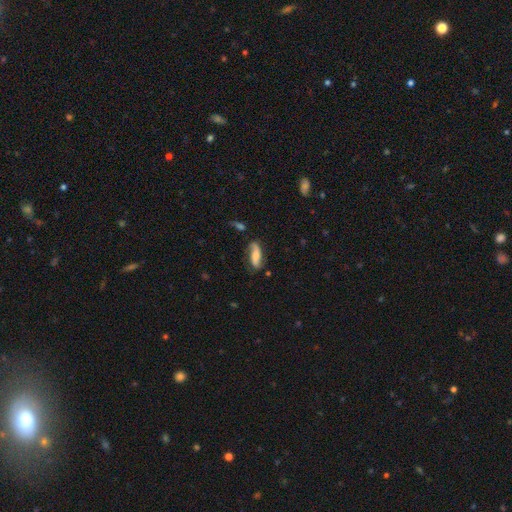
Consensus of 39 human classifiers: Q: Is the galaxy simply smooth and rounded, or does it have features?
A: featured or disk — 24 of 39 (62%).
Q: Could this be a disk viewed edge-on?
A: no — 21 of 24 (88%).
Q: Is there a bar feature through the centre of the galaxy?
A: weak — 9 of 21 (43%, tied with no).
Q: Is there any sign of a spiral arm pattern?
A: yes — 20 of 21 (95%).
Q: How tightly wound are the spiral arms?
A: loose — 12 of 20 (60%).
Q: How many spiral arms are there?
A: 2 — 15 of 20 (75%).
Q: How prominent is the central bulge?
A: small — 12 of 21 (57%).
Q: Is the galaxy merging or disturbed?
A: none — 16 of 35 (46%).